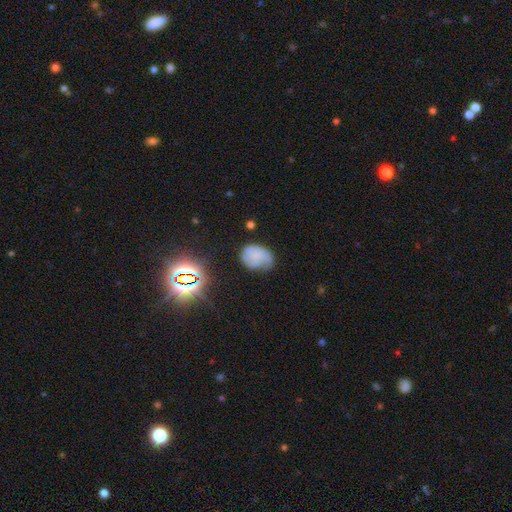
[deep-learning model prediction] This appears to be a smooth galaxy with no disk features (57%) that is in between round and cigar-shaped (65%). Merging: none (41%).